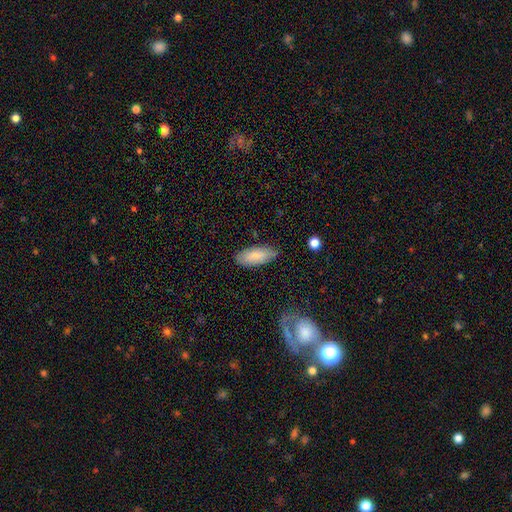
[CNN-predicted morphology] A smooth galaxy with no disk features (81%) that is in between round and cigar-shaped (81%).

Vote fractions:
- Smooth or featured? smooth: 81% / featured or disk: 13% / star or artifact: 6%
- How rounded? in between: 81% / cigar-shaped: 18% / round: 2%
- Merging? none: 79% / minor disturbance: 16% / major disturbance: 3% / merger: 2%